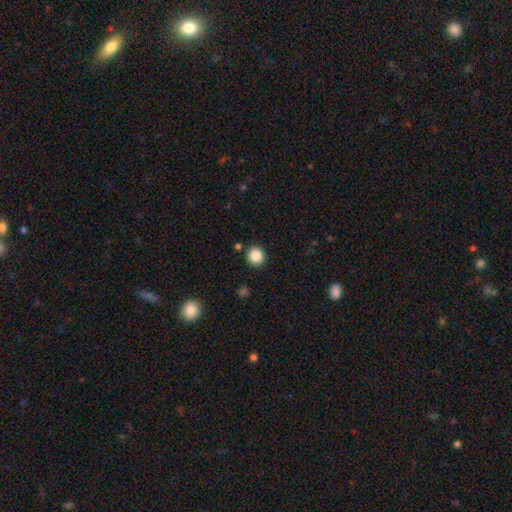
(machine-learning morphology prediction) This appears to be a smooth galaxy with no disk features (86%) that is round (90%). Merging: none (90%).